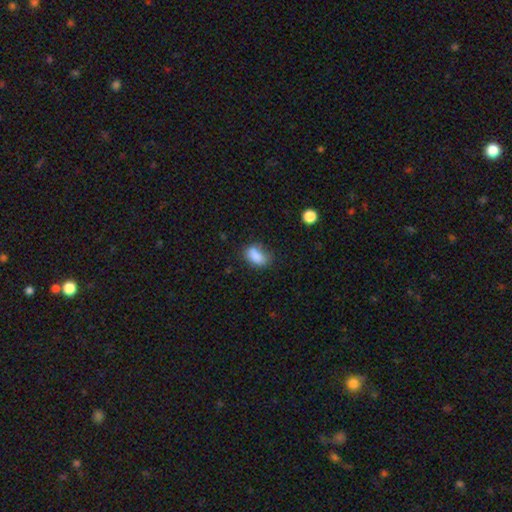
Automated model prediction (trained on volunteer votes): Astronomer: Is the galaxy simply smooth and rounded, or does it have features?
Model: smooth — 85%.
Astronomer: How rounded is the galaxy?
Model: in between — 87%.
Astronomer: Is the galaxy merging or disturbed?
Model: none — 60%.